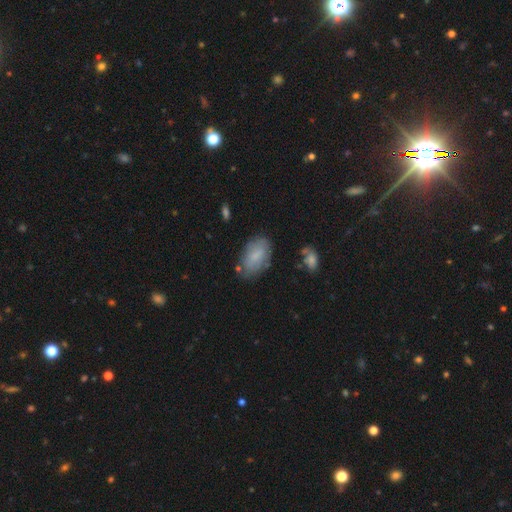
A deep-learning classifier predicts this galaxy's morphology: type=smooth (71%); roundness=in between (93%); merging=none (70%).